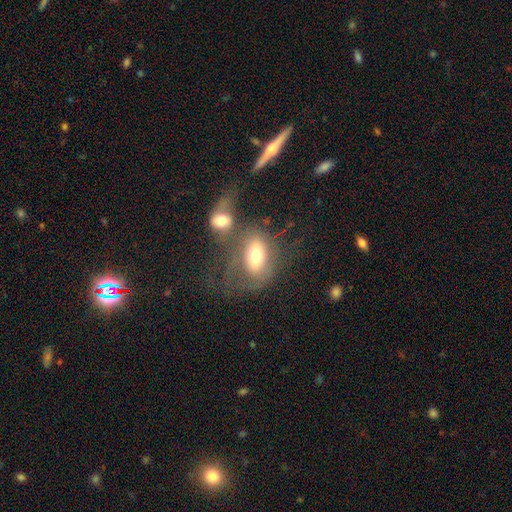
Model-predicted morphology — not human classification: Overall: smooth (60%; featured or disk 31%). How rounded: in between (79%). Merging: merger (46%; none 25%).